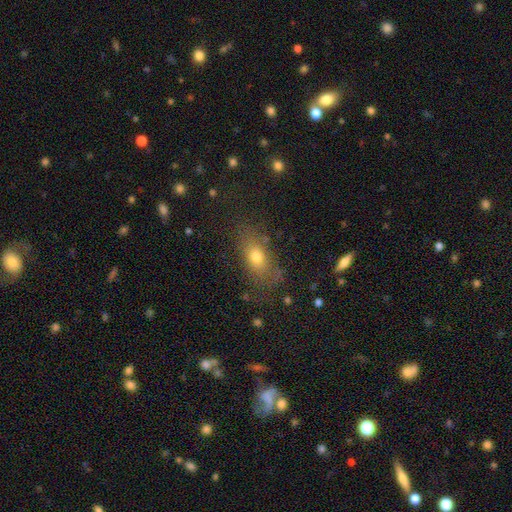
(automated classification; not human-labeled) This appears to be a smooth galaxy with no disk features (58%) that is in between round and cigar-shaped (73%). Merging: none (75%).